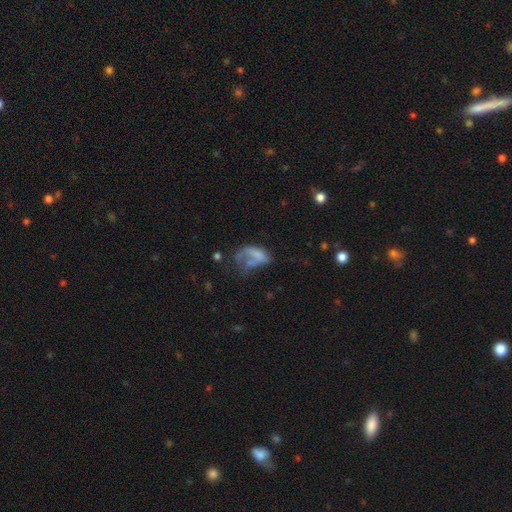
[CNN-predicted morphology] type=smooth (51%); roundness=in between (86%); merging=major disturbance (46%).